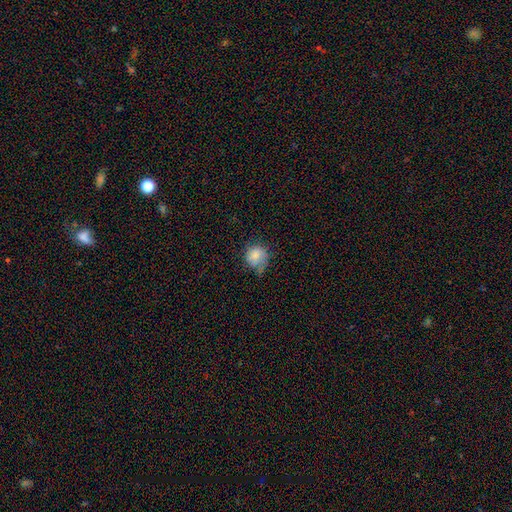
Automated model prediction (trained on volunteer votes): Smooth or featured? smooth (75%)
How rounded? round (72%)
Merging? none (44%)